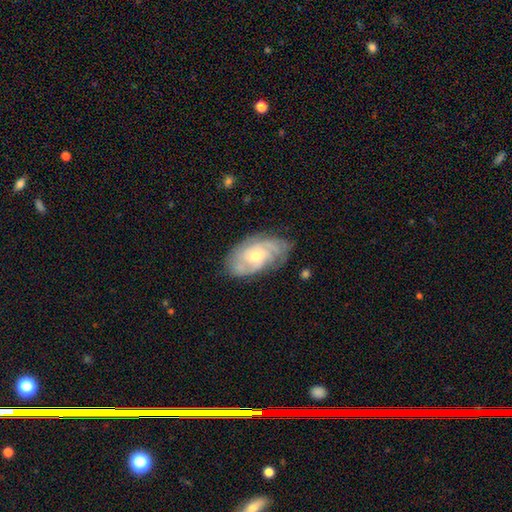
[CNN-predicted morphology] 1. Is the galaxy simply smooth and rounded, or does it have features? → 78% featured or disk, 17% smooth, 6% star or artifact.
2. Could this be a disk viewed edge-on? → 95% no, 5% yes.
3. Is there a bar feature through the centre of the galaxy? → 68% no, 28% weak, 4% strong.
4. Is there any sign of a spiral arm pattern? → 93% yes, 7% no.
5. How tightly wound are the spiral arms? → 59% tight, 32% medium, 9% loose.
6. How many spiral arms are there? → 34% can't tell, 24% 3, 24% 2, 10% 4, 4% 1, 4% more than 4.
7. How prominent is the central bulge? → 50% moderate, 46% small, 2% large, 1% none, 1% dominant.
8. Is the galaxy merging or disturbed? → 73% none, 20% minor disturbance, 6% major disturbance, 1% merger.